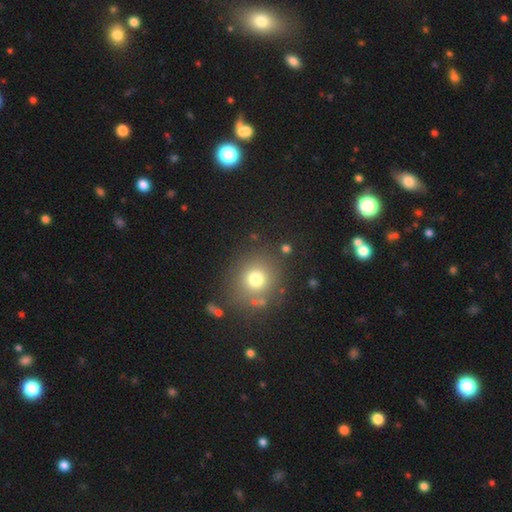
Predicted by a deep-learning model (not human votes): smooth 55%, star or artifact 33%, featured or disk 12%. Down the decision tree: how rounded — round (87%); merging — none (84%).